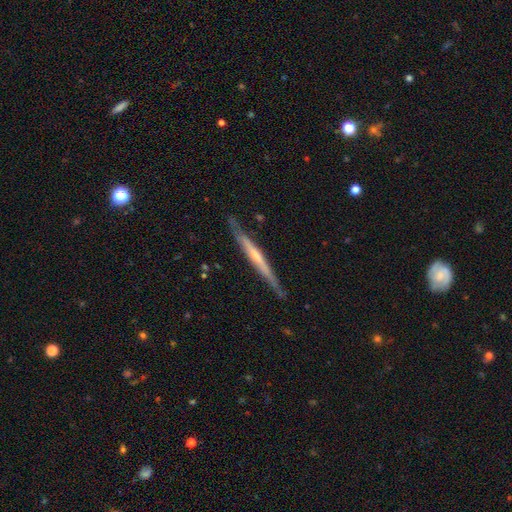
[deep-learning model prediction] Overall: featured or disk (68%). Edge-on disk: yes (96%). Edge-on bulge: none (53%; rounded 38%). Merging: none (85%).